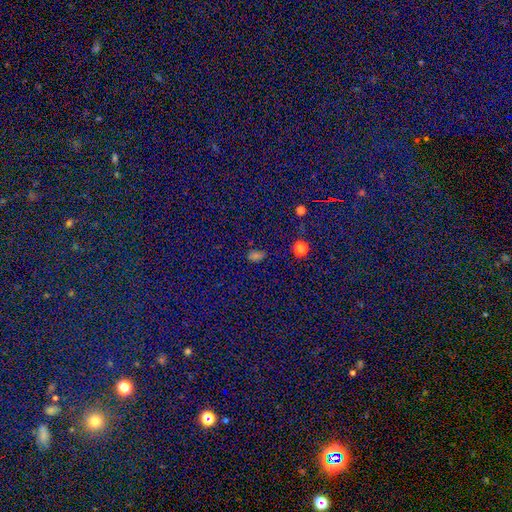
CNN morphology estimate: smooth_or_featured: smooth (p=0.54) [alt: star or artifact p=0.38]
how_rounded: in between (p=0.76) [alt: round p=0.20]
merging: none (p=0.73) [alt: minor disturbance p=0.15]